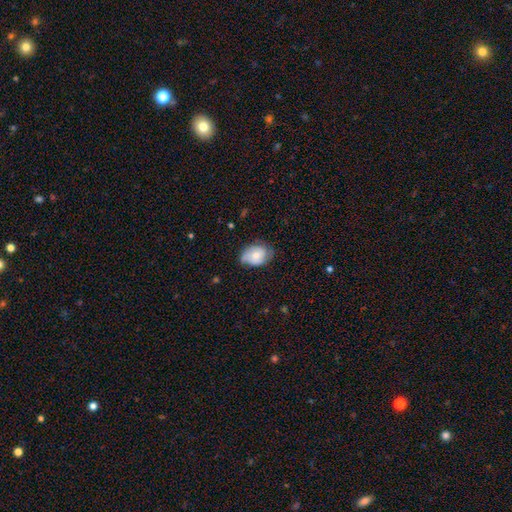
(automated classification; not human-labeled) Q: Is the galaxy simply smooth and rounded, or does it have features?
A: smooth — 59%.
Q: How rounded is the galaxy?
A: in between — 73%.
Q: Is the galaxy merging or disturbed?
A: none — 55%.